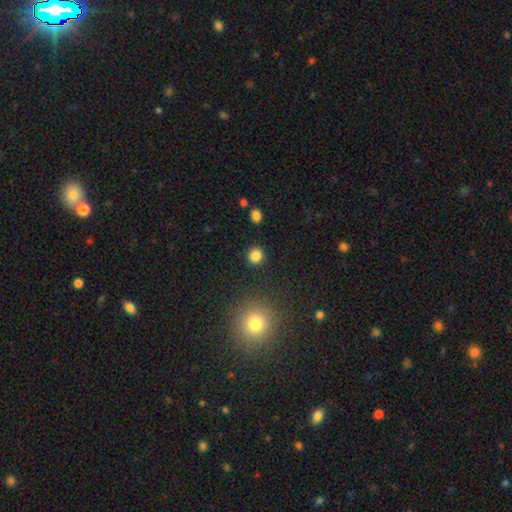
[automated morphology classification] A smooth galaxy with no disk features (85%) that is round (90%).

Vote fractions:
- Smooth or featured? smooth: 85% / star or artifact: 11% / featured or disk: 4%
- How rounded? round: 90% / in between: 9% / cigar-shaped: 1%
- Merging? none: 90% / minor disturbance: 6% / major disturbance: 2% / merger: 2%